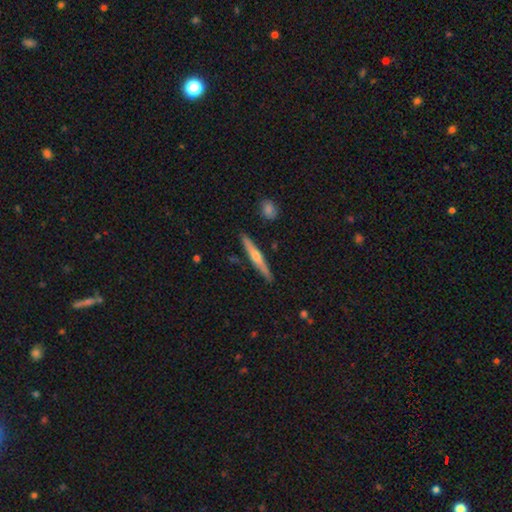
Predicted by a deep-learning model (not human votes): Smooth or featured? Predicted: featured or disk (p=0.62). Edge-on disk? Predicted: yes (p=0.97). Edge-on bulge? Predicted: rounded (p=0.86). Merging? Predicted: none (p=0.89).